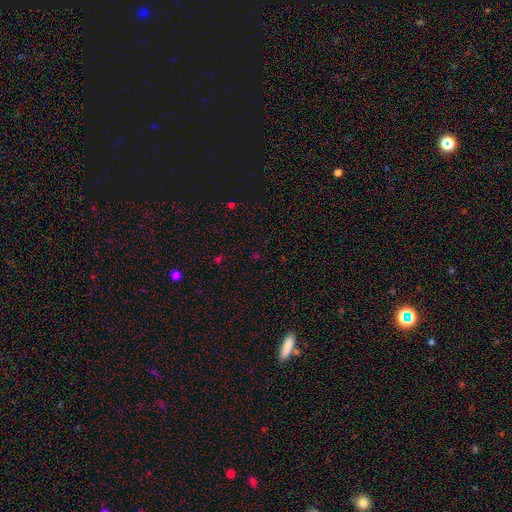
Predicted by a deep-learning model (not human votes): Overall: star or artifact (61%; smooth 32%).